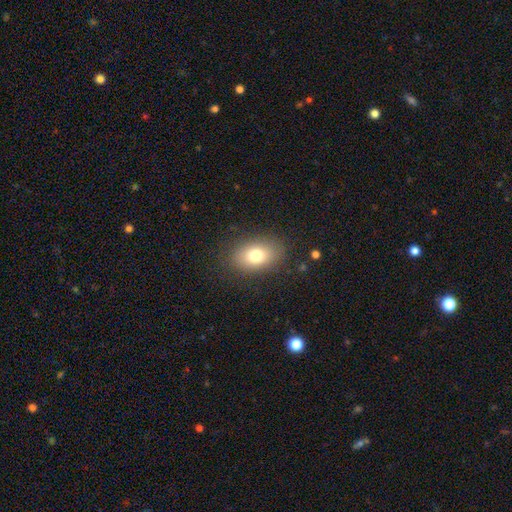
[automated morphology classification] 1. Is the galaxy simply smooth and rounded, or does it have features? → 76% smooth, 13% featured or disk, 10% star or artifact.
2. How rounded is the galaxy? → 82% in between, 17% round, 1% cigar-shaped.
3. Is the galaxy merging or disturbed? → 84% none, 11% minor disturbance, 4% major disturbance, 1% merger.